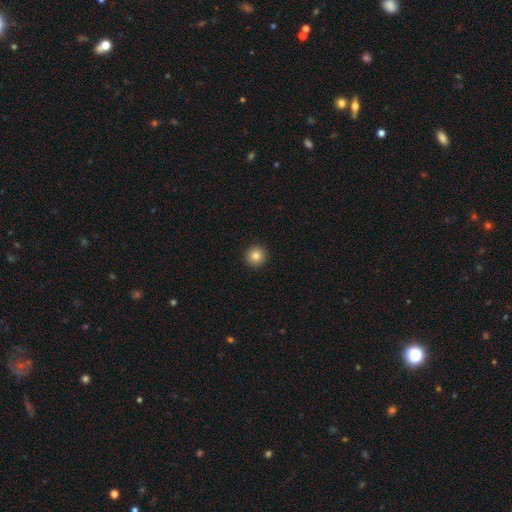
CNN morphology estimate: smooth-or-featured: smooth: 84% | star or artifact: 11% | featured or disk: 6%
  how-rounded: round: 95% | in between: 4% | cigar-shaped: 1%
  merging: none: 93% | minor disturbance: 4% | major disturbance: 1% | merger: 1%